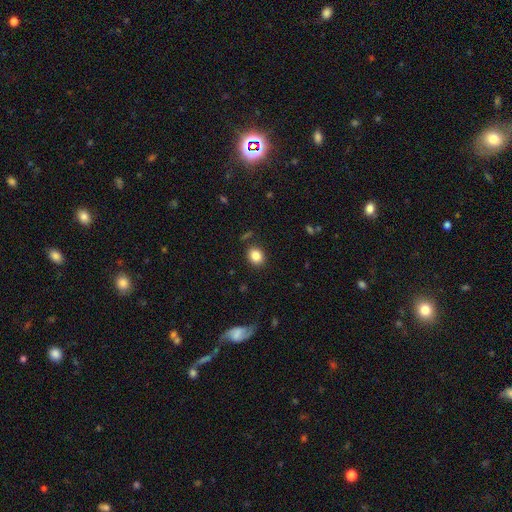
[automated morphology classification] Smooth or featured? smooth (85%)
How rounded? round (58%)
Merging? none (86%)